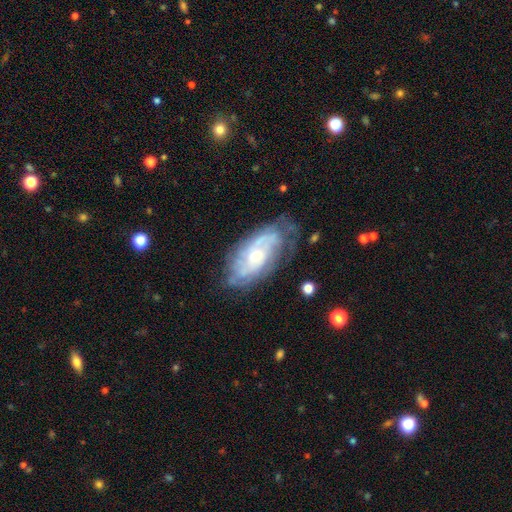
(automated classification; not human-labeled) featured or disk 77%, smooth 17%, star or artifact 6%. Down the decision tree: edge-on disk — no (93%); bar — no (69%); spiral arms — yes (88%); spiral arm count — can't tell (49%); spiral winding — tight (60%); bulge size — small (55%); merging — none (65%).